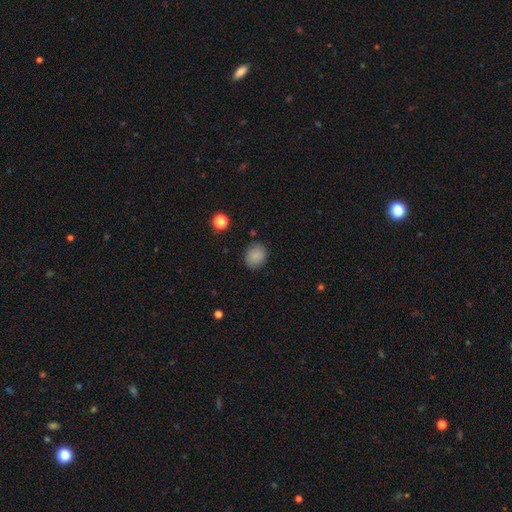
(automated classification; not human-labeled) A smooth galaxy with no disk features (86%) that is round (66%).

Vote fractions:
- Smooth or featured? smooth: 86% / star or artifact: 10% / featured or disk: 5%
- How rounded? round: 66% / in between: 33% / cigar-shaped: 1%
- Merging? none: 83% / minor disturbance: 12% / major disturbance: 3% / merger: 2%